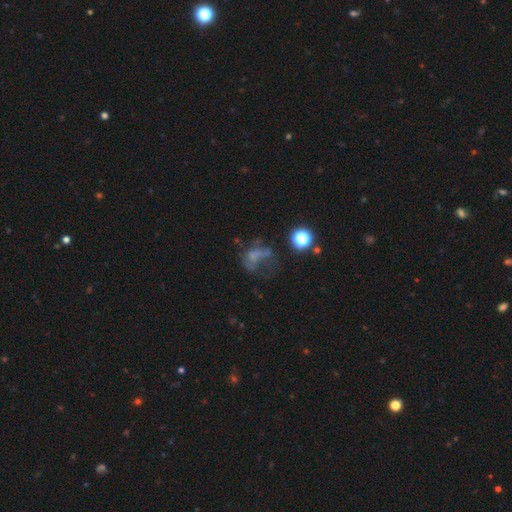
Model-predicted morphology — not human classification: Smooth or featured: featured or disk — 38% (smooth — 34%)
Merging: major disturbance — 43% (none — 30%)